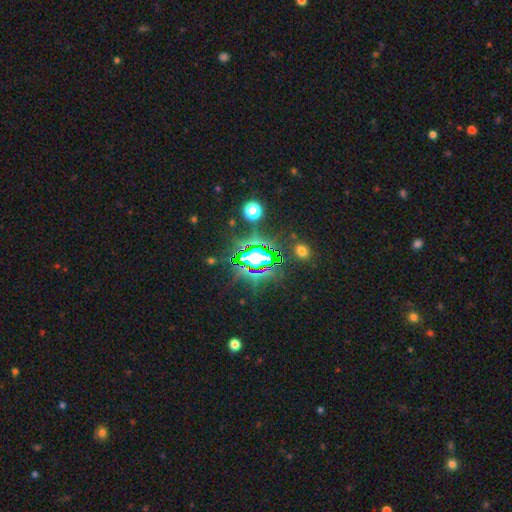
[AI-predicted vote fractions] Smooth or featured?
  - star or artifact: 78% *
  - smooth: 12%
  - featured or disk: 10%